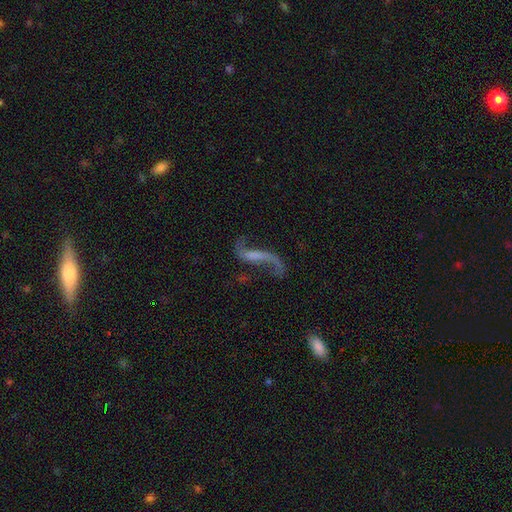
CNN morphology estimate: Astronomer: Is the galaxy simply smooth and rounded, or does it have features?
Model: featured or disk — 86%.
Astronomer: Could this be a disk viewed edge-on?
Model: no — 93%.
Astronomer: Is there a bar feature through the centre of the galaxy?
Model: weak — 37% (runner-up: strong, 32%).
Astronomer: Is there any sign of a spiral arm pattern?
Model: yes — 94%.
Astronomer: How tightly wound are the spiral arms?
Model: loose — 92%.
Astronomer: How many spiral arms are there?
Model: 2 — 90%.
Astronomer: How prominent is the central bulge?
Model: none — 58%.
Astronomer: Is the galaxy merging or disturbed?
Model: none — 64%.